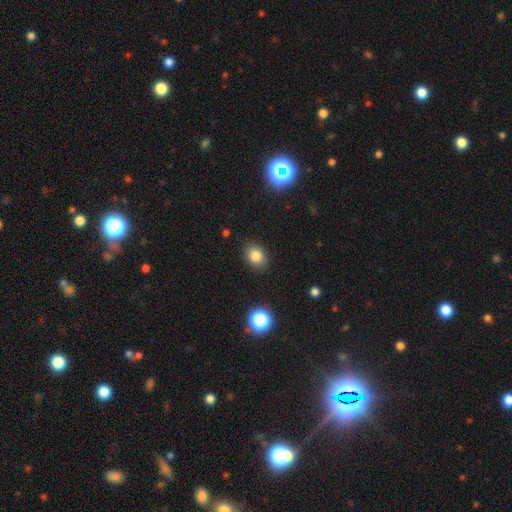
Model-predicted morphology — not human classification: Smooth or featured?
  - smooth: 82% *
  - star or artifact: 11%
  - featured or disk: 7%
How rounded?
  - in between: 63% *
  - round: 36%
  - cigar-shaped: 1%
Merging?
  - none: 87% *
  - minor disturbance: 10%
  - major disturbance: 2%
  - merger: 1%